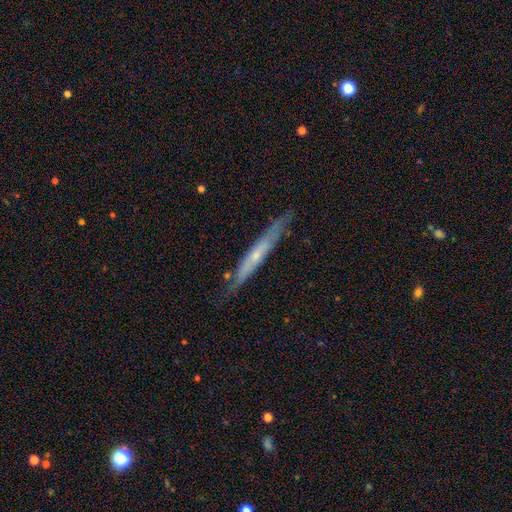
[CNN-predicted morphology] smooth_or_featured: featured or disk (p=0.62) [alt: smooth p=0.32]
disk_edge_on: yes (p=0.88) [alt: no p=0.12]
edge_on_bulge: none (p=0.54) [alt: rounded p=0.42]
merging: none (p=0.80) [alt: minor disturbance p=0.16]